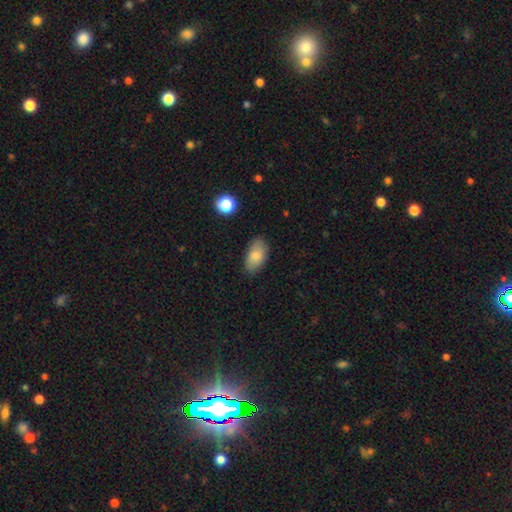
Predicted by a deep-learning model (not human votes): Overall: smooth (81%). How rounded: in between (93%). Merging: none (80%).